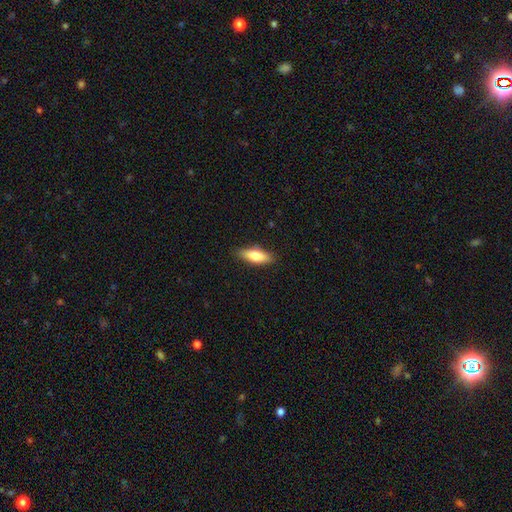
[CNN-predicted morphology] type=smooth (75%); roundness=in between (63%); merging=none (87%).